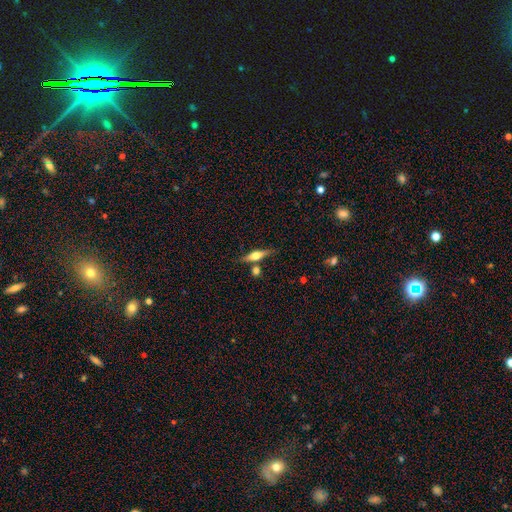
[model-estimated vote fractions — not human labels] Smooth or featured? featured or disk (63%)
Edge-on disk? yes (95%)
Edge-on bulge? rounded (92%)
Merging? none (76%)